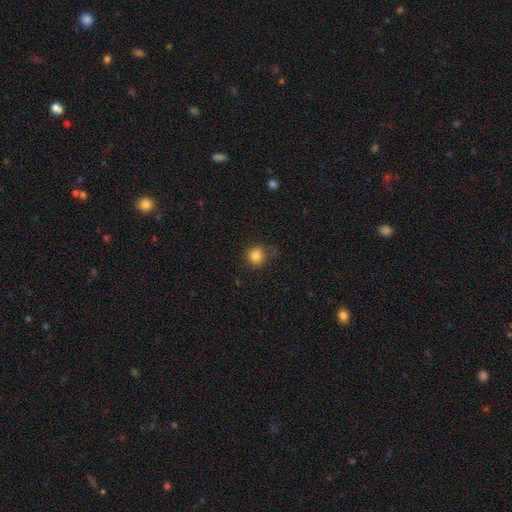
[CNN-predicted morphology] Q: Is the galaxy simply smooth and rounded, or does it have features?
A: smooth — 83%.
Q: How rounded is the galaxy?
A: round — 90%.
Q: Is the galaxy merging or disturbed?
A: none — 81%.